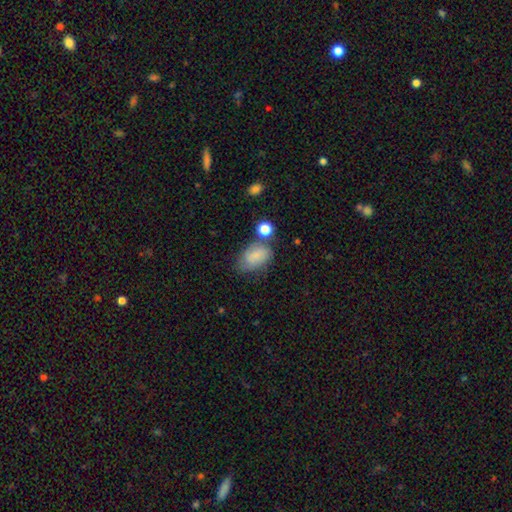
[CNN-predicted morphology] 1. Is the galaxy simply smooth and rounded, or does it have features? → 78% smooth, 12% featured or disk, 9% star or artifact.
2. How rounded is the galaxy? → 86% in between, 13% round, 2% cigar-shaped.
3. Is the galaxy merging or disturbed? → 52% none, 26% minor disturbance, 12% merger, 10% major disturbance.